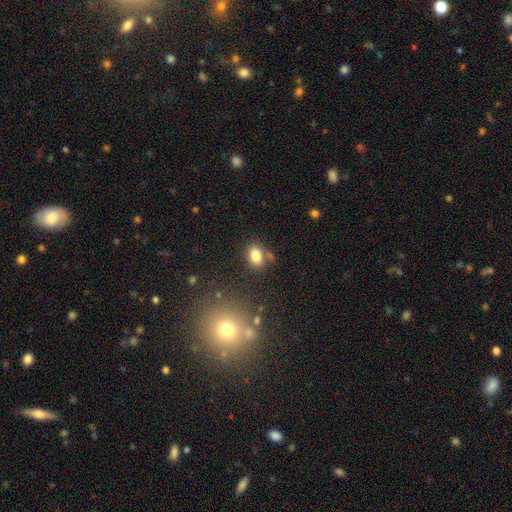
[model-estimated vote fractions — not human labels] Q: Smooth or featured?
A: smooth (82%); runner-up: star or artifact (10%)
Q: How rounded?
A: in between (77%); runner-up: round (22%)
Q: Merging?
A: none (69%); runner-up: minor disturbance (15%)